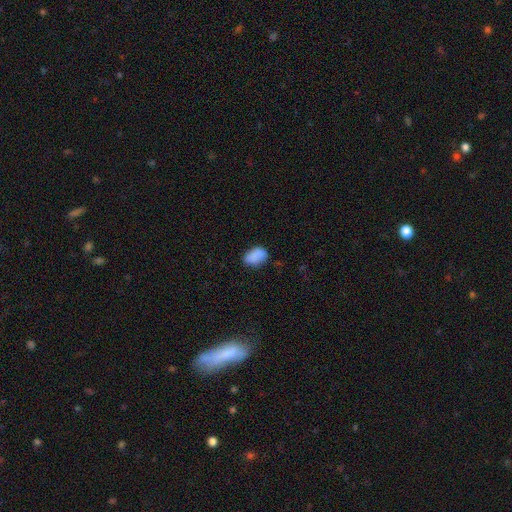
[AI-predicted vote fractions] A smooth galaxy with no disk features (86%) that is in between round and cigar-shaped (86%). Merging: none (71%).